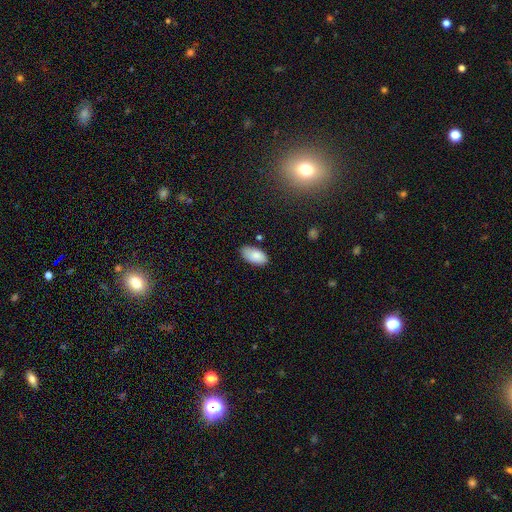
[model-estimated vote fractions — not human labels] This is clearly a smooth galaxy (85%). How rounded: clearly in between (95%). Merging: likely none (77%).